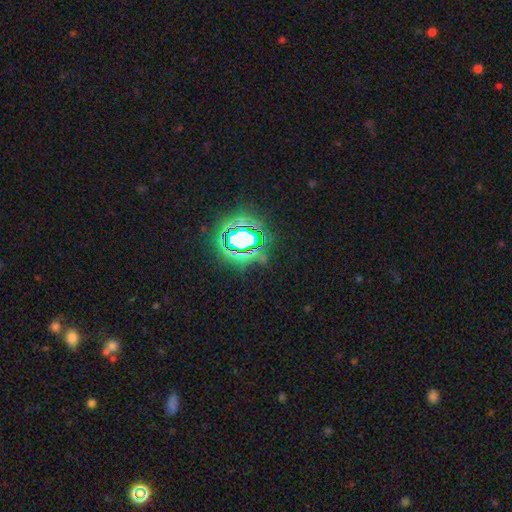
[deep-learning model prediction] smooth_or_featured: star or artifact (p=0.81) [alt: smooth p=0.12]